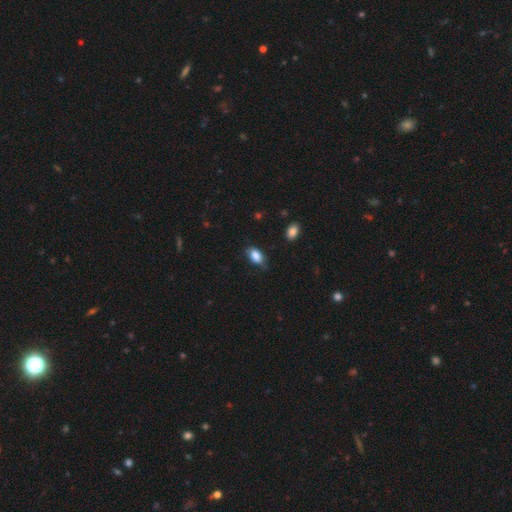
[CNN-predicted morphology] smooth_or_featured: smooth (p=0.83) [alt: featured or disk p=0.09]
how_rounded: in between (p=0.89) [alt: round p=0.08]
merging: none (p=0.63) [alt: minor disturbance p=0.28]